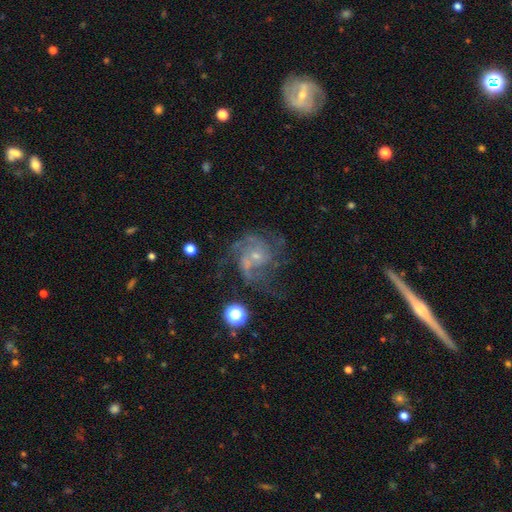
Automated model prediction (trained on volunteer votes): smooth-or-featured: featured or disk: 80% | star or artifact: 10% | smooth: 10%
  disk-edge-on: no: 98% | yes: 2%
    bar: no: 72% | weak: 25% | strong: 4%
    has-spiral-arms: yes: 92% | no: 8%
      spiral-winding: medium: 49% | tight: 30% | loose: 21%
      spiral-arm-count: 3: 30% | can't tell: 25% | 2: 22% | 4: 10% | 1: 7% | more than 4: 6%
    bulge-size: small: 71% | moderate: 20% | none: 6% | large: 2% | dominant: 1%
  merging: none: 46% | major disturbance: 27% | minor disturbance: 18% | merger: 8%